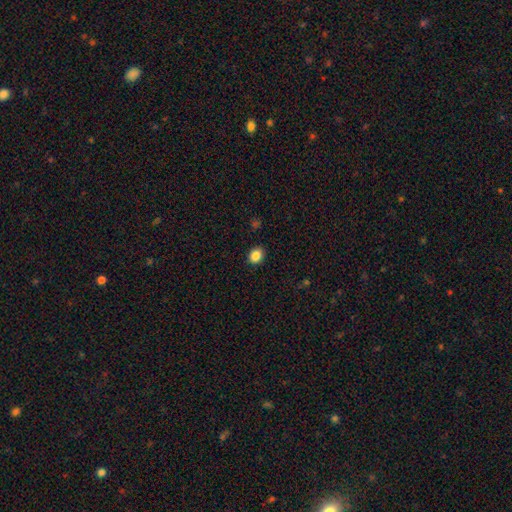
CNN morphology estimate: Smooth or featured?
  - smooth: 86% *
  - star or artifact: 10%
  - featured or disk: 4%
How rounded?
  - round: 59% *
  - in between: 41%
  - cigar-shaped: 1%
Merging?
  - none: 90% *
  - minor disturbance: 7%
  - major disturbance: 2%
  - merger: 1%